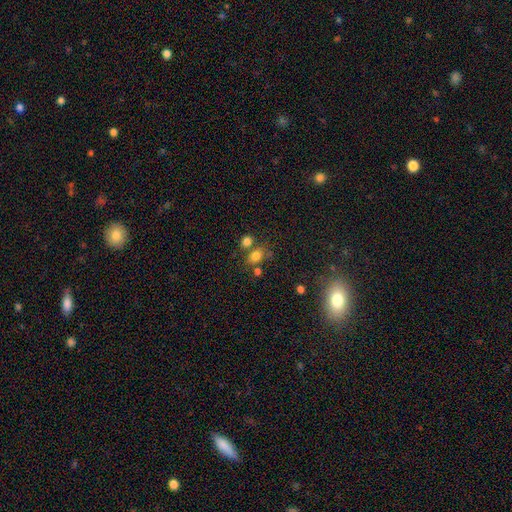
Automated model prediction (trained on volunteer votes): A smooth galaxy with no disk features (76%) that is in between round and cigar-shaped (61%).

Vote fractions:
- Smooth or featured? smooth: 76% / star or artifact: 15% / featured or disk: 9%
- How rounded? in between: 61% / round: 38% / cigar-shaped: 1%
- Merging? none: 56% / merger: 24% / minor disturbance: 14% / major disturbance: 6%